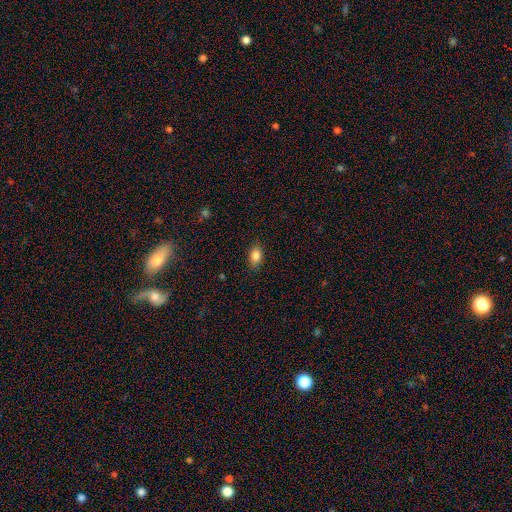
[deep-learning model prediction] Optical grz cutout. It shows a smooth galaxy with no disk features (85%) that is in between round and cigar-shaped (85%). Merging: none (87%).